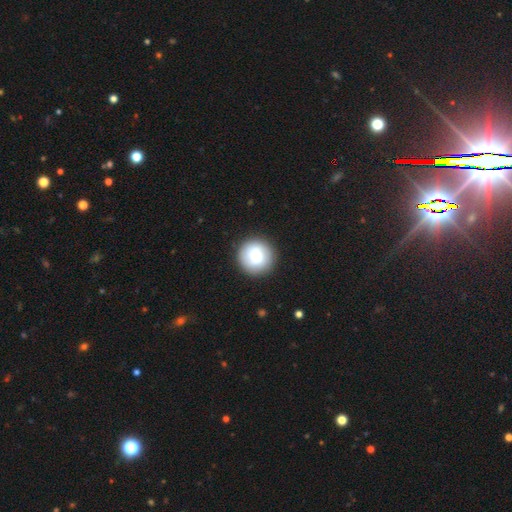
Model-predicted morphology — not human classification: This appears to be a smooth galaxy with no disk features (73%) that is round (95%). Merging: none (90%).